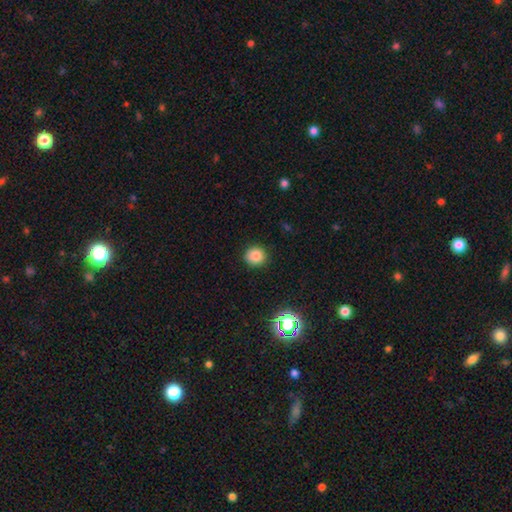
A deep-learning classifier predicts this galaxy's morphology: This appears to be a smooth galaxy with no disk features (83%) that is round (90%). Merging: none (90%).